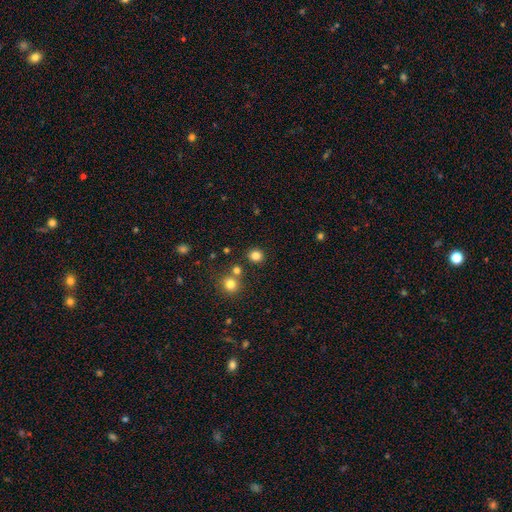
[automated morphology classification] Overall: smooth (82%). How rounded: round (87%). Merging: none (85%).